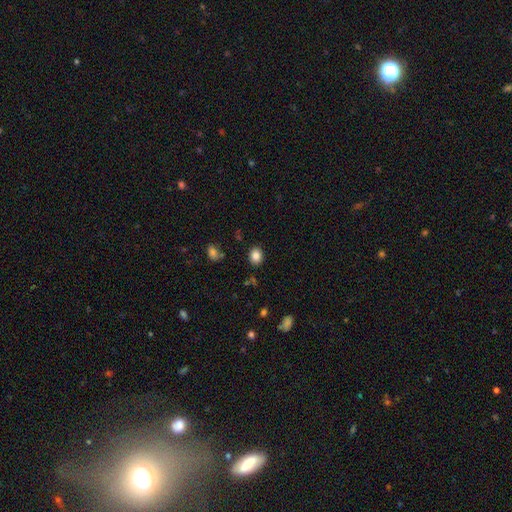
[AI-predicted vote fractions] A smooth galaxy with no disk features (85%) that is round (54%). Merging: none (87%).